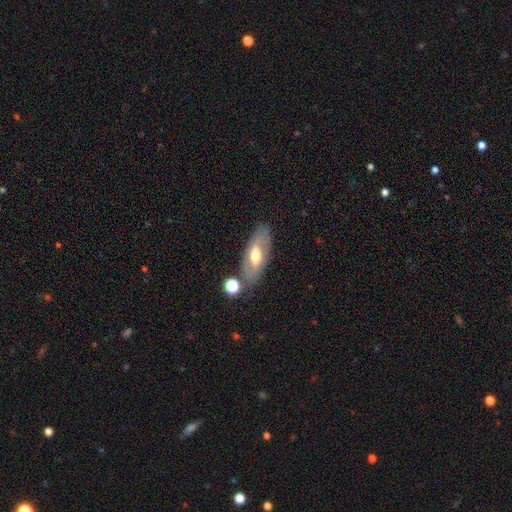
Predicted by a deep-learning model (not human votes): A featured or disk galaxy (52%).

Vote fractions:
- Smooth or featured? featured or disk: 52% / smooth: 41% / star or artifact: 7%
- Edge-on disk? no: 78% / yes: 22%
- Merging? none: 76% / minor disturbance: 14% / merger: 6% / major disturbance: 4%